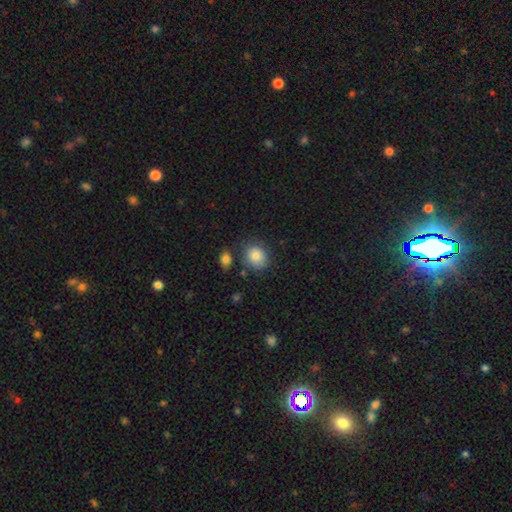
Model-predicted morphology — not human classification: A smooth galaxy with no disk features (83%) that is round (64%).

Vote fractions:
- Smooth or featured? smooth: 83% / star or artifact: 9% / featured or disk: 9%
- How rounded? round: 64% / in between: 36% / cigar-shaped: 1%
- Merging? none: 74% / minor disturbance: 16% / merger: 6% / major disturbance: 4%